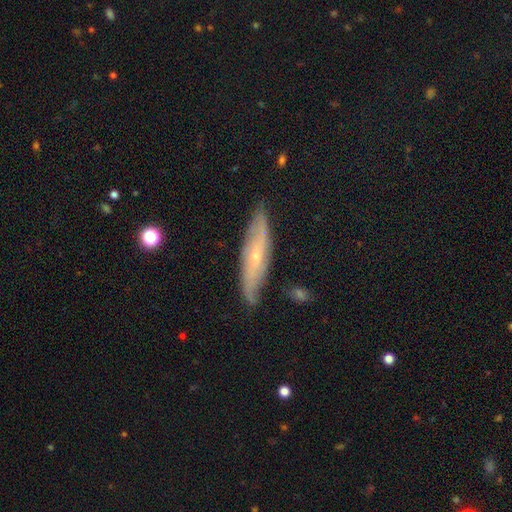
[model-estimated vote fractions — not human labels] Smooth or featured?
  - featured or disk: 67% *
  - smooth: 24%
  - star or artifact: 9%
Edge-on disk?
  - no: 53% *
  - yes: 47%
Merging?
  - none: 80% *
  - minor disturbance: 15%
  - major disturbance: 3%
  - merger: 2%